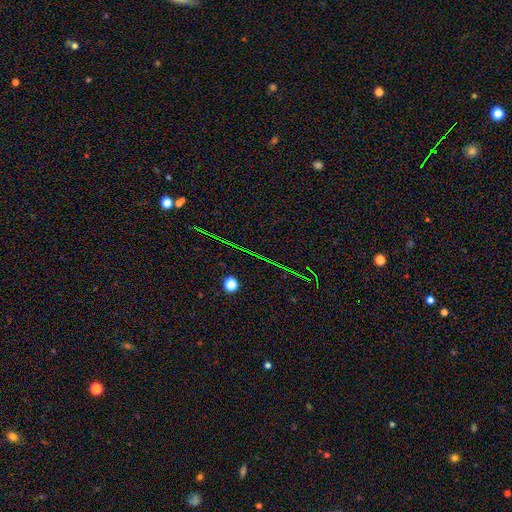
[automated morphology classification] Smooth or featured? star or artifact (78%)